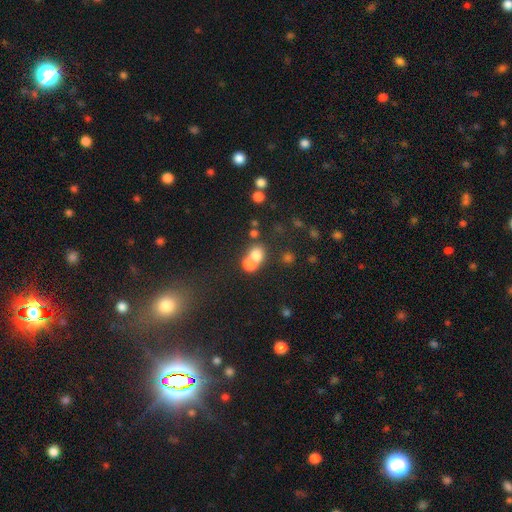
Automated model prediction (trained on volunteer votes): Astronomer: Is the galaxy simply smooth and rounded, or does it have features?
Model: smooth — 73%.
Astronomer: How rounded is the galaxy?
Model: round — 74%.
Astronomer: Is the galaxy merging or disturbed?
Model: merger — 60%.